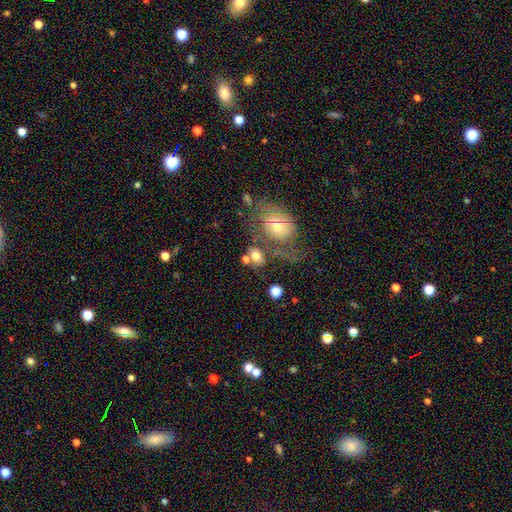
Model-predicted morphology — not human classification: Q: Smooth or featured?
A: smooth (67%); runner-up: featured or disk (21%)
Q: How rounded?
A: in between (58%); runner-up: round (40%)
Q: Merging?
A: none (42%); runner-up: merger (29%)